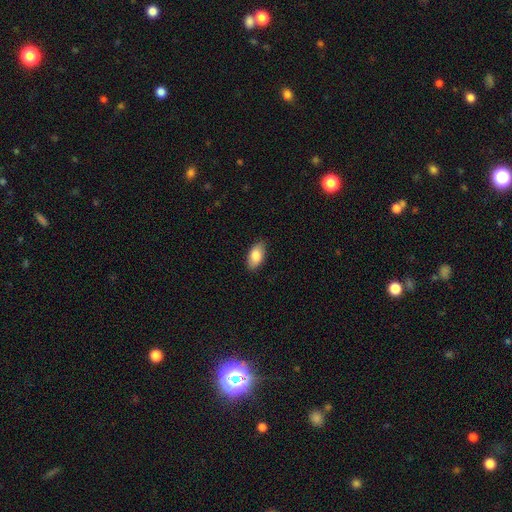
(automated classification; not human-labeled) Smooth or featured: smooth — 83% (featured or disk — 10%)
How rounded: in between — 93% (round — 4%)
Merging: none — 87% (minor disturbance — 10%)